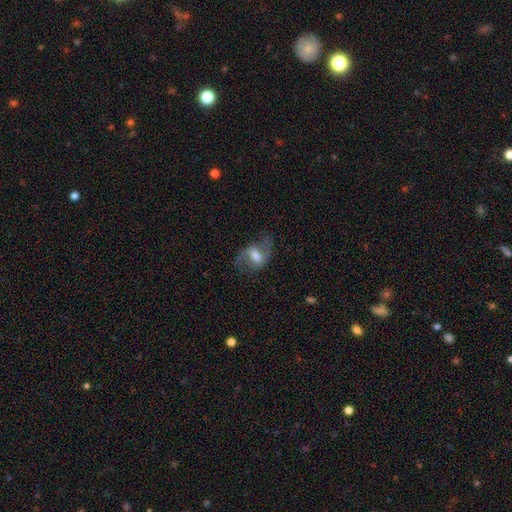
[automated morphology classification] Q: Smooth or featured?
A: featured or disk (71%); runner-up: smooth (21%)
Q: Edge-on disk?
A: no (95%); runner-up: yes (5%)
Q: Bar?
A: weak (51%); runner-up: strong (33%)
Q: Spiral arms?
A: yes (87%); runner-up: no (13%)
Q: Spiral winding?
A: loose (55%); runner-up: medium (37%)
Q: Spiral arm count?
A: 2 (89%); runner-up: can't tell (5%)
Q: Bulge size?
A: moderate (51%); runner-up: large (21%)
Q: Merging?
A: none (68%); runner-up: minor disturbance (18%)